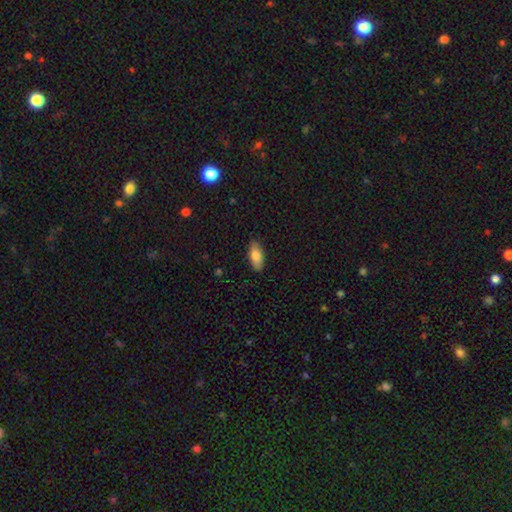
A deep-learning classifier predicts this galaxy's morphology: Smooth or featured? Predicted: smooth (p=0.82). How rounded? Predicted: in between (p=0.84). Merging? Predicted: none (p=0.86).